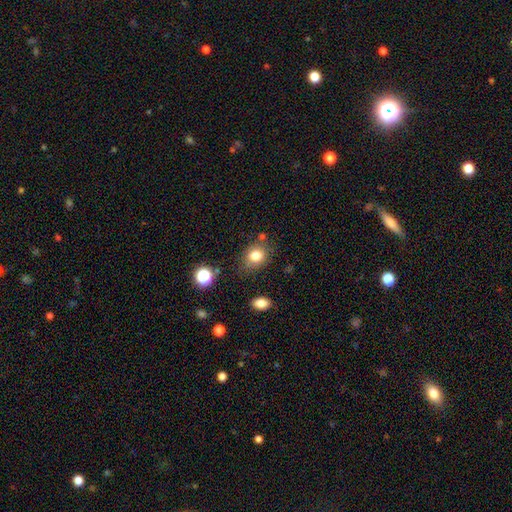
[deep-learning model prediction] Smooth or featured? Predicted: smooth (p=0.81). How rounded? Predicted: round (p=0.56). Merging? Predicted: none (p=0.71).